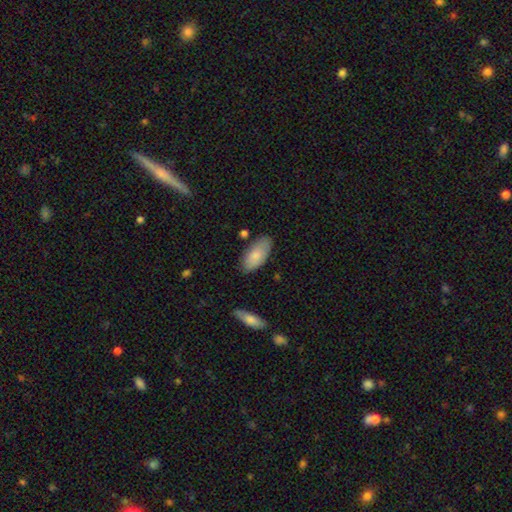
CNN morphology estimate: Overall: smooth (82%). How rounded: in between (92%). Merging: none (77%).